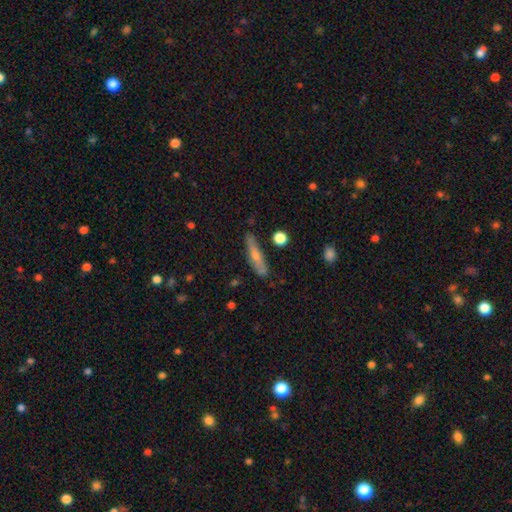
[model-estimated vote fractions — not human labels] smooth 50%, featured or disk 42%, star or artifact 8%. Down the decision tree: how rounded — cigar-shaped (81%); merging — none (76%).